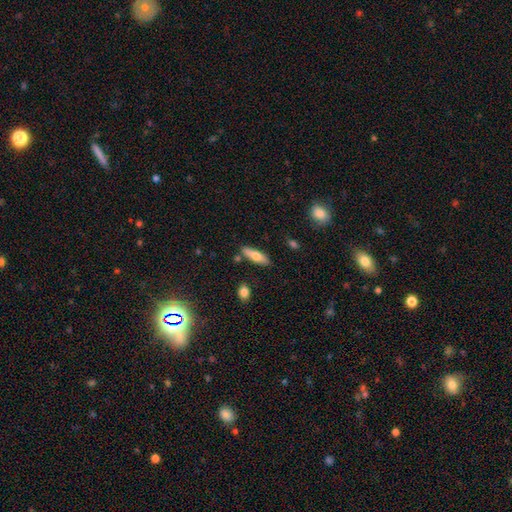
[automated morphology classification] smooth 67%, featured or disk 26%, star or artifact 7%. Down the decision tree: how rounded — cigar-shaped (56%); merging — none (80%).